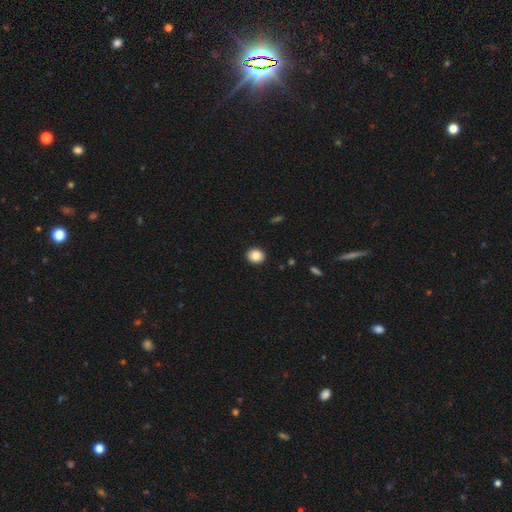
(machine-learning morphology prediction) A smooth galaxy with no disk features (86%) that is round (75%).

Vote fractions:
- Smooth or featured? smooth: 86% / star or artifact: 9% / featured or disk: 5%
- How rounded? round: 75% / in between: 24% / cigar-shaped: 1%
- Merging? none: 92% / minor disturbance: 5% / major disturbance: 2% / merger: 1%